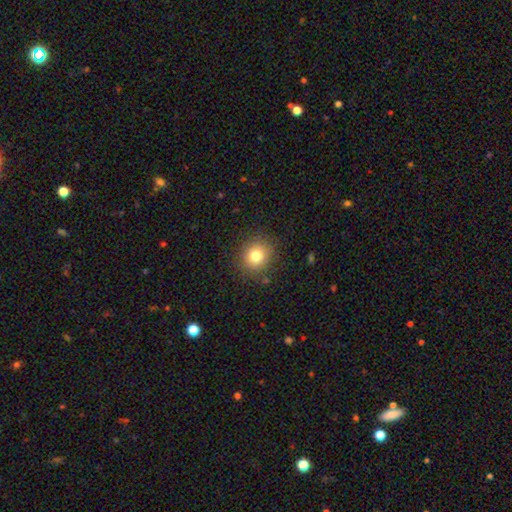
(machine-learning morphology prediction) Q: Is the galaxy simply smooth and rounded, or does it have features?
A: smooth — 80%.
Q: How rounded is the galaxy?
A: round — 87%.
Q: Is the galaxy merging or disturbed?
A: none — 87%.